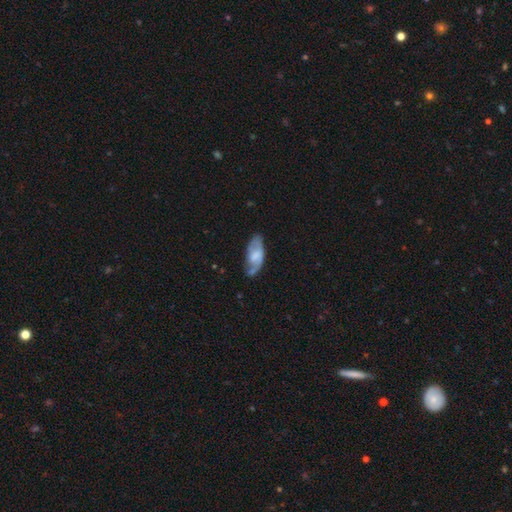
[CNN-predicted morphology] Smooth or featured: featured or disk — 51% (smooth — 43%)
Edge-on disk: no — 88% (yes — 12%)
Merging: none — 58% (minor disturbance — 29%)